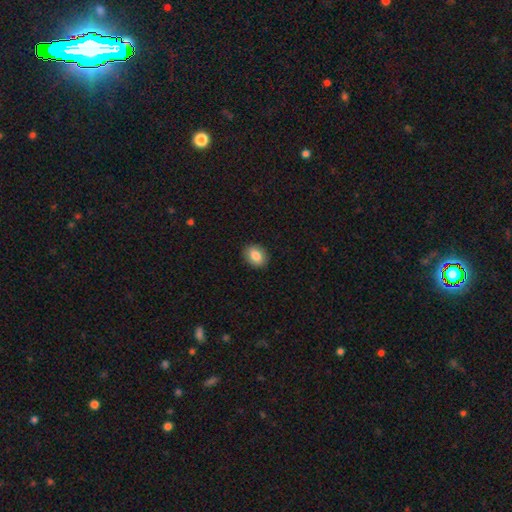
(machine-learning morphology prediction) This appears to be a smooth galaxy with no disk features (84%) that is in between round and cigar-shaped (61%). Merging: none (90%).